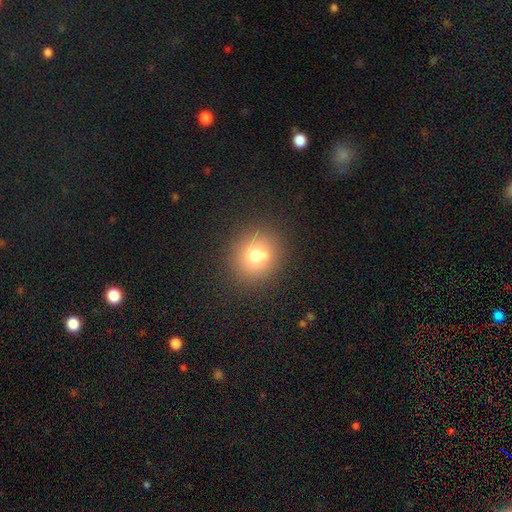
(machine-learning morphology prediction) smooth-or-featured: smooth: 70% | featured or disk: 15% | star or artifact: 14%
  how-rounded: round: 87% | in between: 12% | cigar-shaped: 1%
  merging: none: 69% | merger: 17% | minor disturbance: 10% | major disturbance: 4%